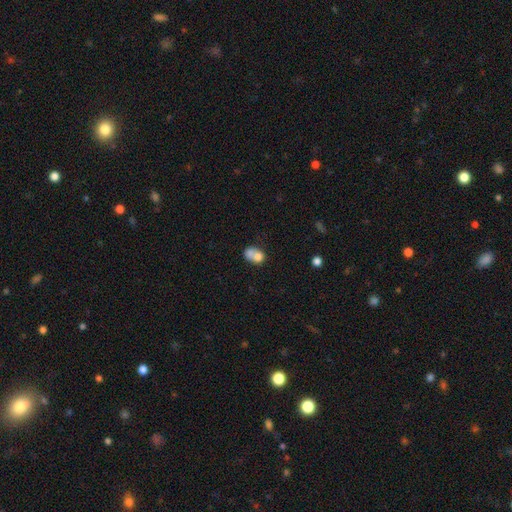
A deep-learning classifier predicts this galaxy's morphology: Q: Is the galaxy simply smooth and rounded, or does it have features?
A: smooth — 70%.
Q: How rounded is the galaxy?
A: in between — 52%.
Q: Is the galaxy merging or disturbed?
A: merger — 61%.